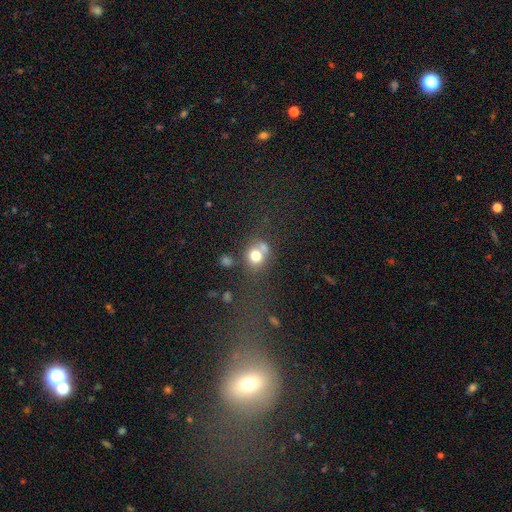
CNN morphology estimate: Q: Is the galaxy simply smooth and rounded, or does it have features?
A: smooth — 73%.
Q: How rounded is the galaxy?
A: round — 73%.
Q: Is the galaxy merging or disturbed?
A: none — 43%.